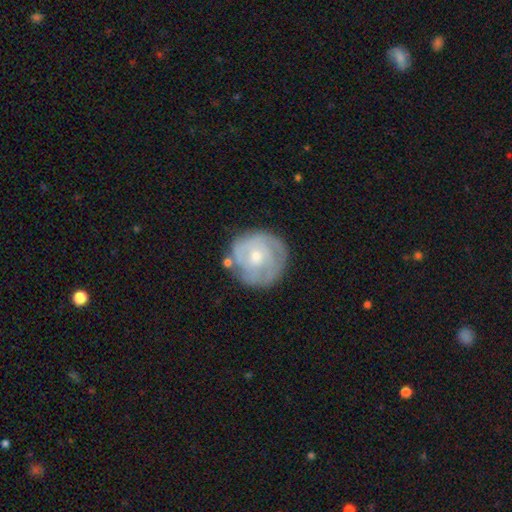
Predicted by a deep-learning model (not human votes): Overall: featured or disk (68%). Edge-on disk: no (98%). Bar: no (75%). Spiral arms: yes (79%). Spiral arm count: can't tell (45%; 3 19%). Spiral winding: tight (71%). Bulge size: moderate (54%; small 40%). Merging: none (74%).